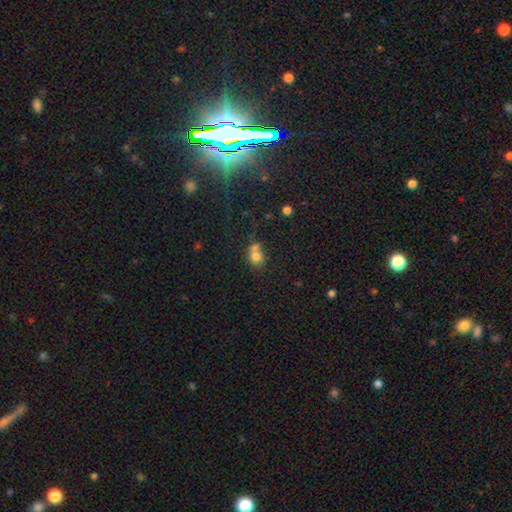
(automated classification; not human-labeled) A smooth galaxy with no disk features (75%) that is round (65%).

Vote fractions:
- Smooth or featured? smooth: 75% / featured or disk: 13% / star or artifact: 12%
- How rounded? round: 65% / in between: 33% / cigar-shaped: 1%
- Merging? merger: 52% / none: 32% / minor disturbance: 11% / major disturbance: 6%